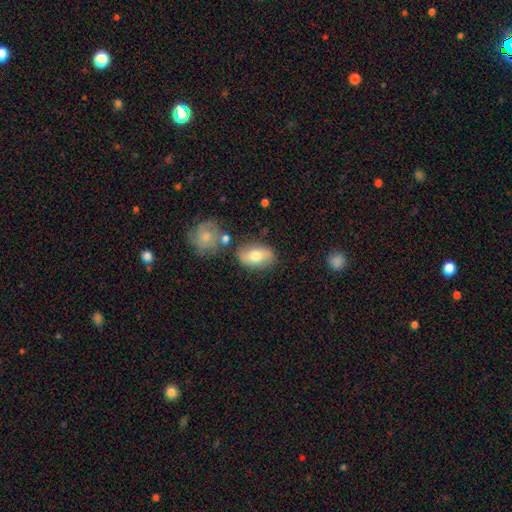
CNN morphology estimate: smooth_or_featured: smooth (p=0.65) [alt: featured or disk p=0.28]
how_rounded: in between (p=0.86) [alt: round p=0.11]
merging: none (p=0.75) [alt: minor disturbance p=0.15]